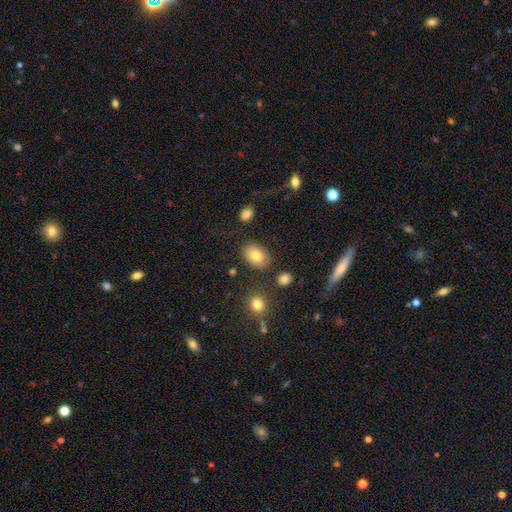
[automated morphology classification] smooth-or-featured: smooth: 79% | featured or disk: 13% | star or artifact: 8%
  how-rounded: in between: 83% | round: 16% | cigar-shaped: 1%
  merging: none: 82% | minor disturbance: 11% | major disturbance: 4% | merger: 3%